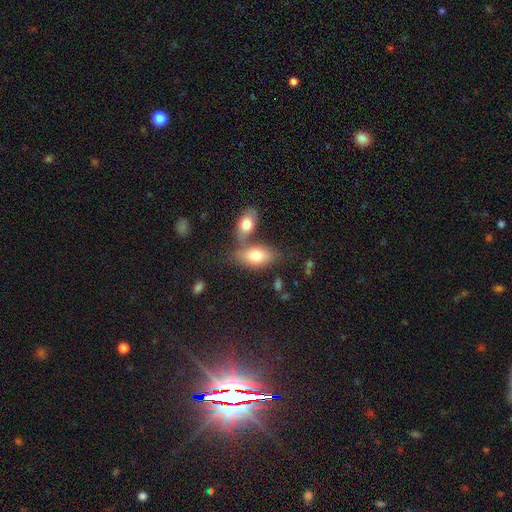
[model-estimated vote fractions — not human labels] This is likely a smooth galaxy (78%). How rounded: clearly in between (92%). Merging: marginally merger (44%).